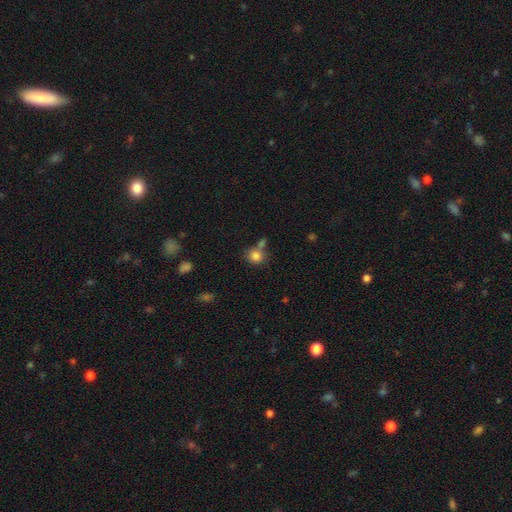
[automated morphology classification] This is clearly a smooth galaxy (84%). How rounded: likely round (80%). Merging: possibly none (57%).